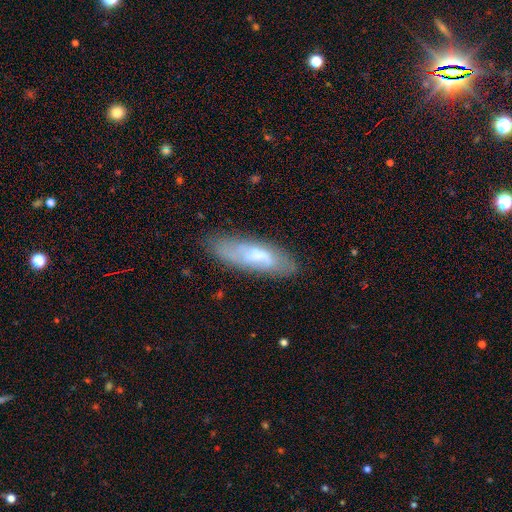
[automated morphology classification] Overall: smooth (52%; featured or disk 41%). How rounded: cigar-shaped (51%; in between 47%). Merging: none (72%).